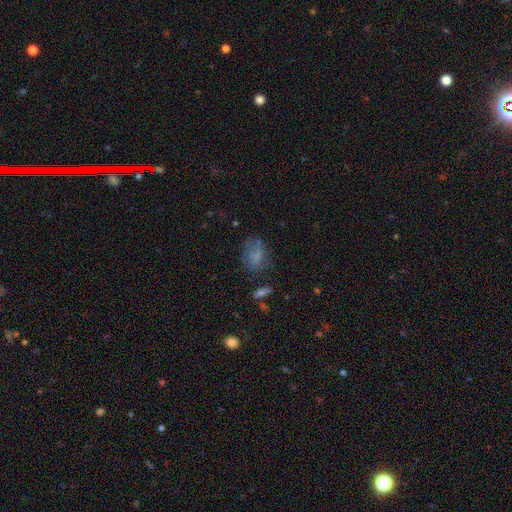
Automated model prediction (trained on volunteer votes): smooth 63%, featured or disk 22%, star or artifact 15%. Down the decision tree: how rounded — in between (74%); merging — none (50%).